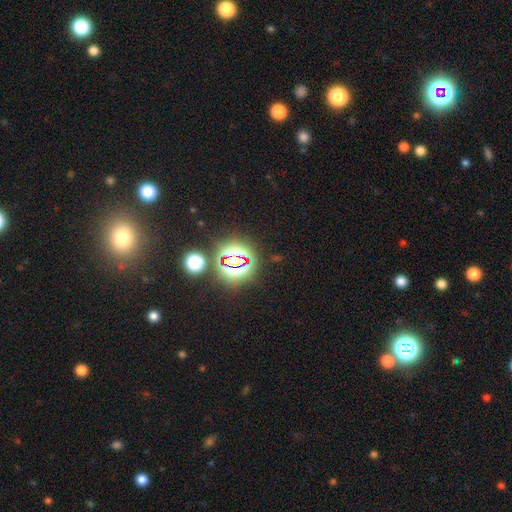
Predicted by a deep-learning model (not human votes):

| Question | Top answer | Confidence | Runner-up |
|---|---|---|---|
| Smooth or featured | star or artifact | 75% | smooth (17%) |